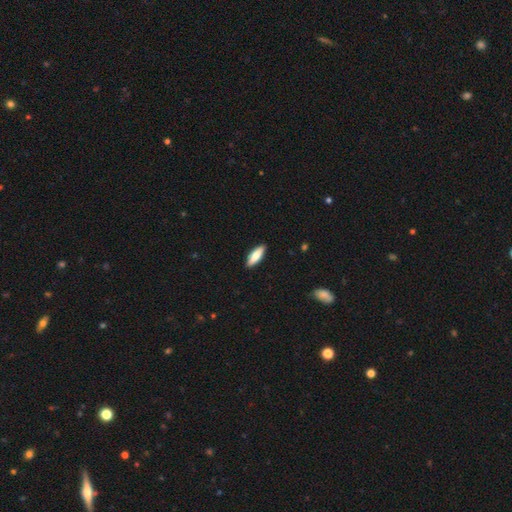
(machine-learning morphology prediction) Smooth or featured: smooth — 79% (featured or disk — 16%)
How rounded: in between — 56% (cigar-shaped — 43%)
Merging: none — 90% (minor disturbance — 7%)